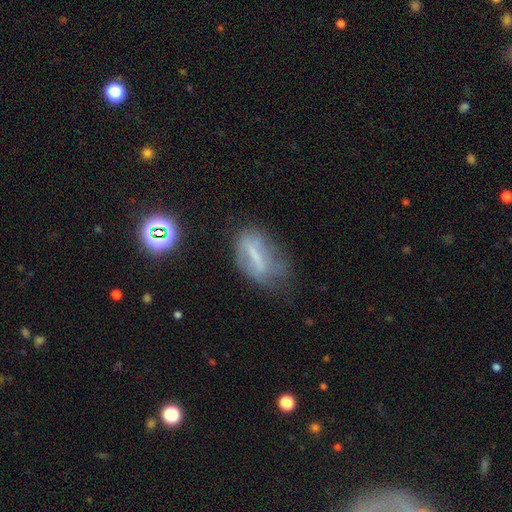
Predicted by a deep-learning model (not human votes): smooth_or_featured: featured or disk (p=0.45) [alt: smooth p=0.39]
merging: none (p=0.43) [alt: minor disturbance p=0.32]